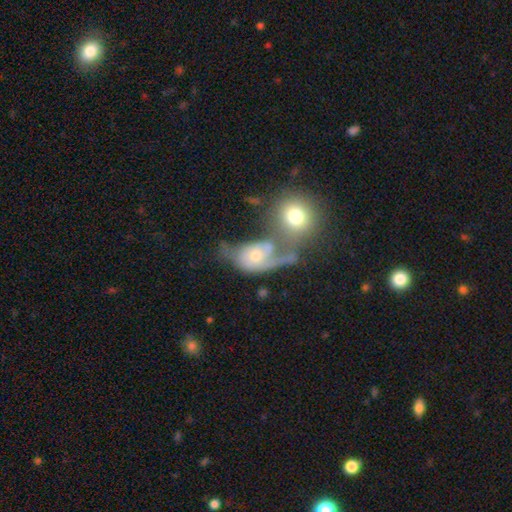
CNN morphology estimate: Smooth or featured?
  - featured or disk: 51% *
  - smooth: 41%
  - star or artifact: 9%
Edge-on disk?
  - no: 95% *
  - yes: 5%
Merging?
  - merger: 52% *
  - major disturbance: 24%
  - none: 14%
  - minor disturbance: 10%